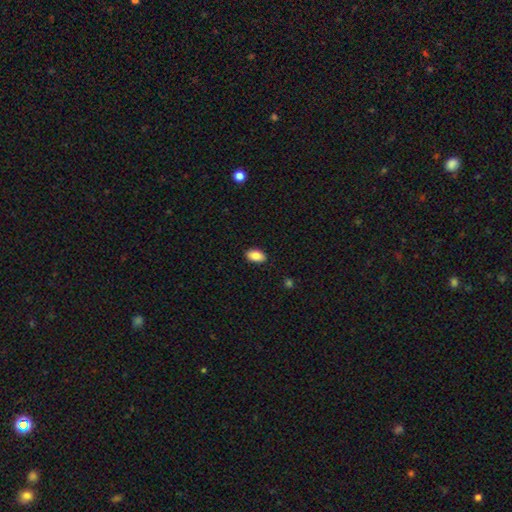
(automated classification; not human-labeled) Overall: smooth (85%). How rounded: in between (92%). Merging: none (88%).